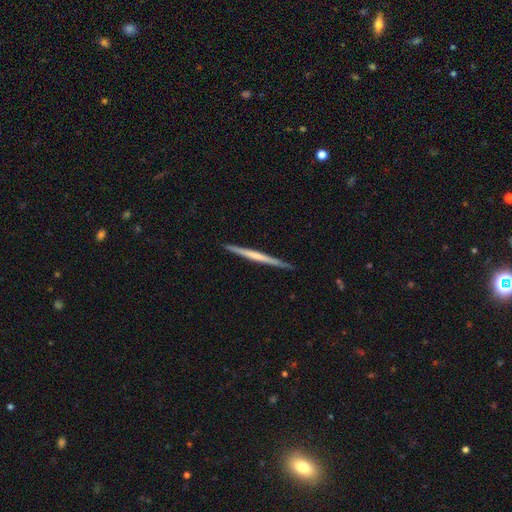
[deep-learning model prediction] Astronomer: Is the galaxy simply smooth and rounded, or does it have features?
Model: featured or disk — 57% (runner-up: smooth, 38%).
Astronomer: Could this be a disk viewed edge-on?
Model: yes — 98%.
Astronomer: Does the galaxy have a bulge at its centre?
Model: none — 76%.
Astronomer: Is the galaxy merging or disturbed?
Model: none — 90%.